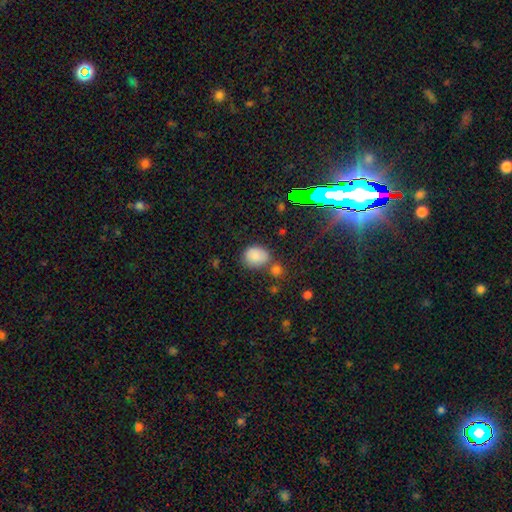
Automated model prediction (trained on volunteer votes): Smooth or featured? smooth (83%)
How rounded? round (53%)
Merging? none (60%)